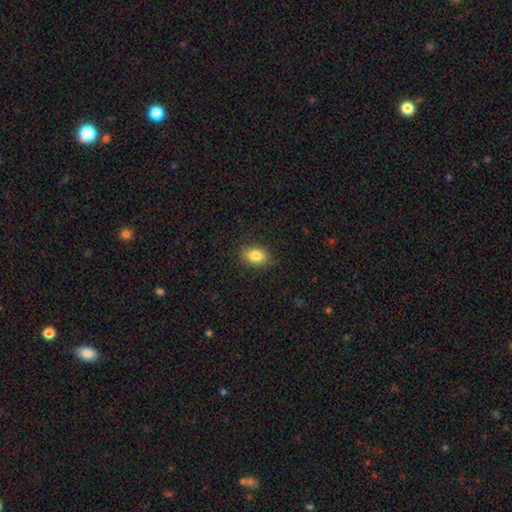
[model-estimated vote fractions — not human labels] Smooth or featured? Predicted: smooth (p=0.84). How rounded? Predicted: in between (p=0.82). Merging? Predicted: none (p=0.85).